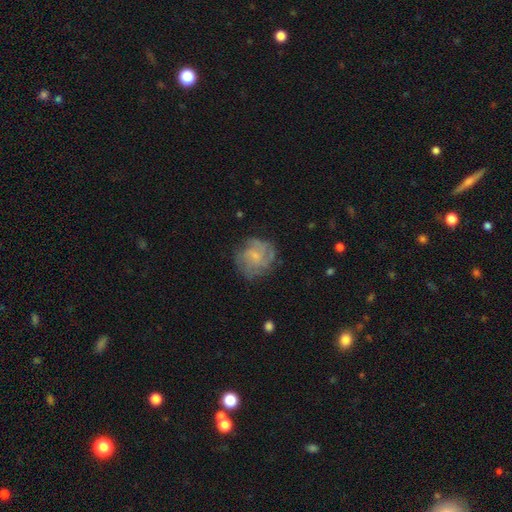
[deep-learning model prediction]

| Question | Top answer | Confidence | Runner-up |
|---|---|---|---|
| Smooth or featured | featured or disk | 65% | smooth (27%) |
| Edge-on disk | no | 98% | yes (2%) |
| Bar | no | 63% | weak (33%) |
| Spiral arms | yes | 87% | no (13%) |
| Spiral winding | tight | 48% | medium (38%) |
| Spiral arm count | can't tell | 39% | 3 (21%) |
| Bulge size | small | 60% | moderate (22%) |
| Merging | none | 71% | minor disturbance (18%) |